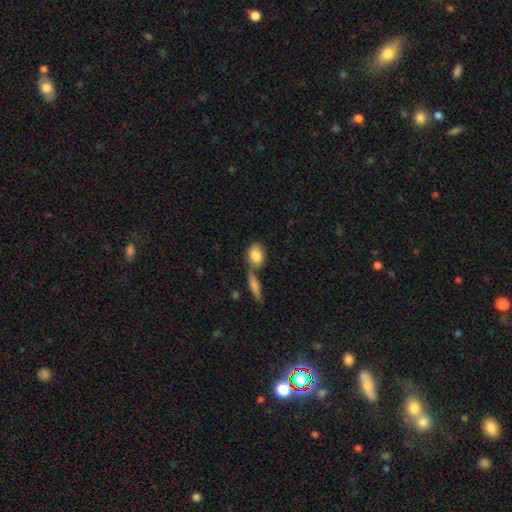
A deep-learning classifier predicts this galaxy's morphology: Smooth or featured?
  - smooth: 82% *
  - featured or disk: 12%
  - star or artifact: 6%
How rounded?
  - in between: 77% *
  - round: 19%
  - cigar-shaped: 4%
Merging?
  - none: 45% *
  - merger: 37%
  - minor disturbance: 12%
  - major disturbance: 5%